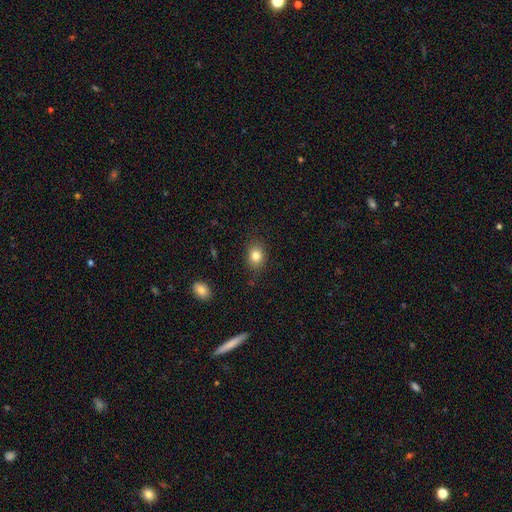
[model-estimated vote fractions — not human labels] Smooth or featured?
  - smooth: 82% *
  - star or artifact: 11%
  - featured or disk: 8%
How rounded?
  - in between: 54% *
  - round: 45%
  - cigar-shaped: 1%
Merging?
  - none: 84% *
  - minor disturbance: 12%
  - major disturbance: 3%
  - merger: 1%